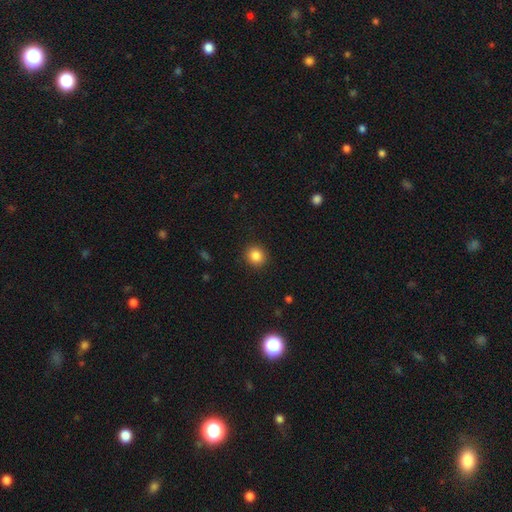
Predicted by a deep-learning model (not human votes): Smooth or featured? smooth (85%)
How rounded? round (88%)
Merging? none (91%)